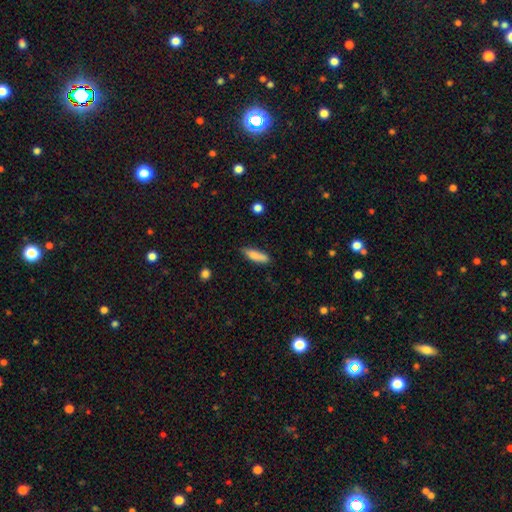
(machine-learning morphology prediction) smooth-or-featured: smooth: 81% | featured or disk: 12% | star or artifact: 7%
  how-rounded: cigar-shaped: 60% | in between: 39% | round: 2%
  merging: none: 73% | minor disturbance: 20% | major disturbance: 4% | merger: 3%